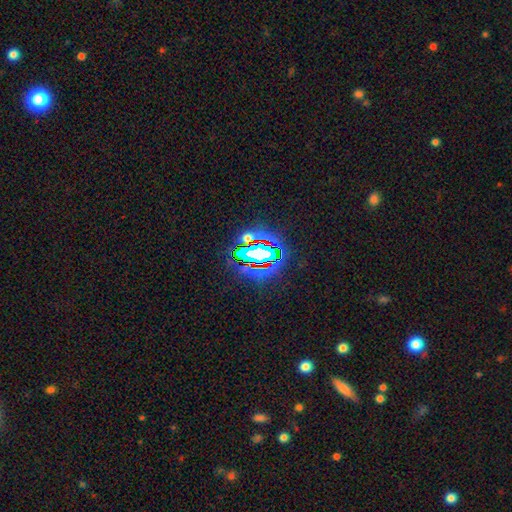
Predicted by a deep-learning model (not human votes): Q: Smooth or featured?
A: star or artifact (67%); runner-up: smooth (18%)